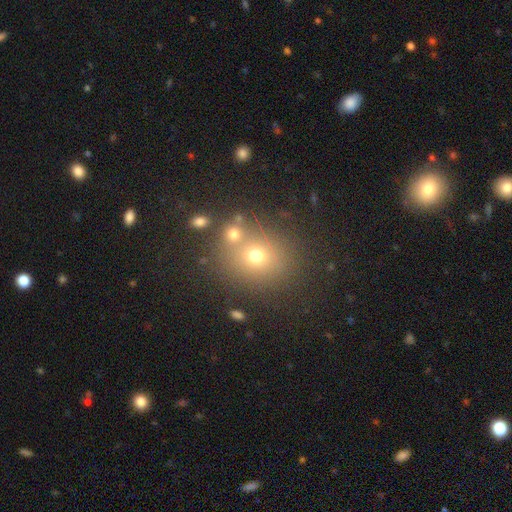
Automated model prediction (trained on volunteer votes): smooth-or-featured: smooth: 67% | star or artifact: 20% | featured or disk: 13%
  how-rounded: round: 76% | in between: 23% | cigar-shaped: 1%
  merging: none: 65% | merger: 21% | minor disturbance: 10% | major disturbance: 4%